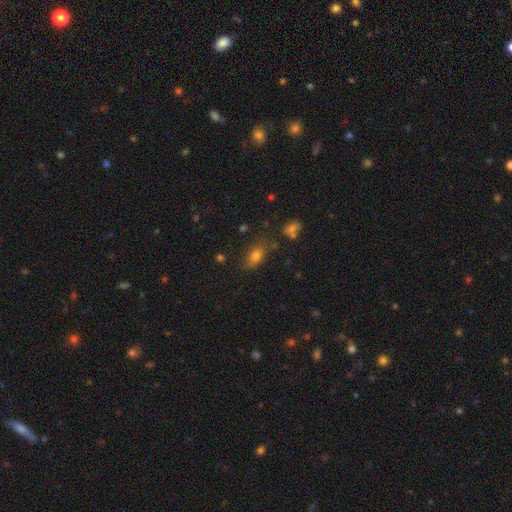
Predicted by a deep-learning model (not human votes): smooth 76%, star or artifact 13%, featured or disk 11%. Down the decision tree: how rounded — in between (78%); merging — none (72%).